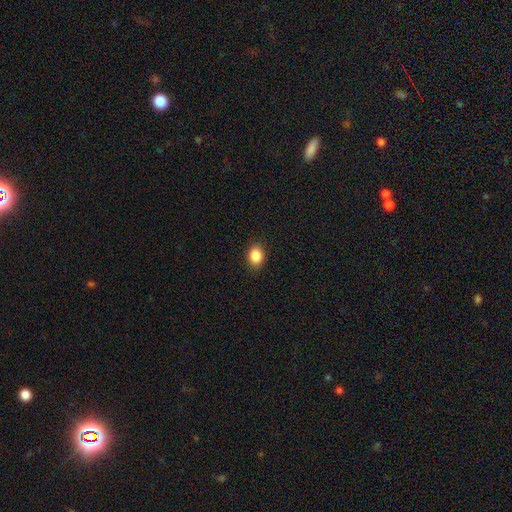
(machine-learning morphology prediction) Smooth or featured?
  - smooth: 87% *
  - star or artifact: 9%
  - featured or disk: 4%
How rounded?
  - in between: 62% *
  - round: 37%
  - cigar-shaped: 1%
Merging?
  - none: 89% *
  - minor disturbance: 8%
  - major disturbance: 2%
  - merger: 1%